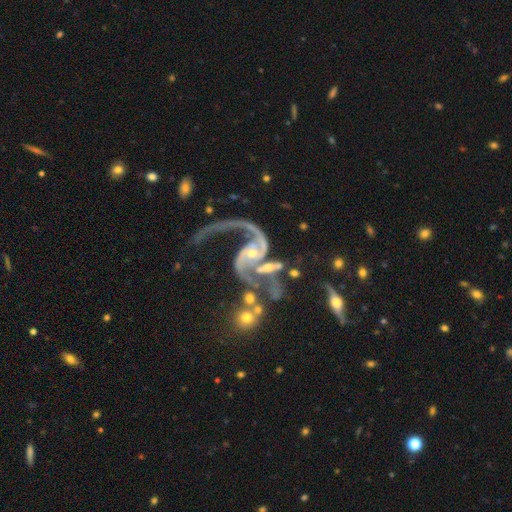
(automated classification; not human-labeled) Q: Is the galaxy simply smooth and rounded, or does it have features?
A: featured or disk — 91%.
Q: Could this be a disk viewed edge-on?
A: no — 97%.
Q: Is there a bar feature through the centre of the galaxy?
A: no — 55%.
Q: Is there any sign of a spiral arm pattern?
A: yes — 97%.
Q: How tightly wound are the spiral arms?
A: loose — 53%.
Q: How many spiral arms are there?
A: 2 — 77%.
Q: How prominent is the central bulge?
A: small — 71%.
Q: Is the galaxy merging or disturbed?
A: major disturbance — 35%.